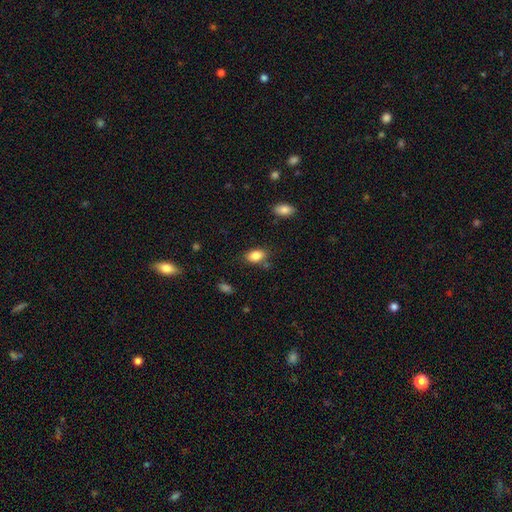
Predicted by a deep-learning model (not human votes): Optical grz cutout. It shows a smooth galaxy with no disk features (86%) that is in between round and cigar-shaped (88%). Merging: none (75%).